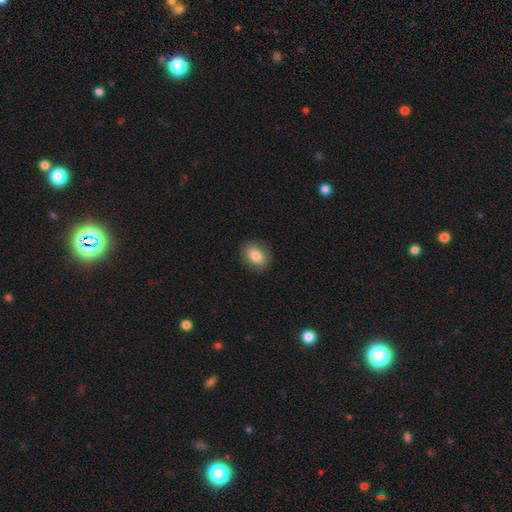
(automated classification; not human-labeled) smooth-or-featured: smooth: 83% | featured or disk: 9% | star or artifact: 8%
  how-rounded: in between: 67% | round: 32% | cigar-shaped: 1%
  merging: none: 87% | minor disturbance: 9% | major disturbance: 3% | merger: 1%